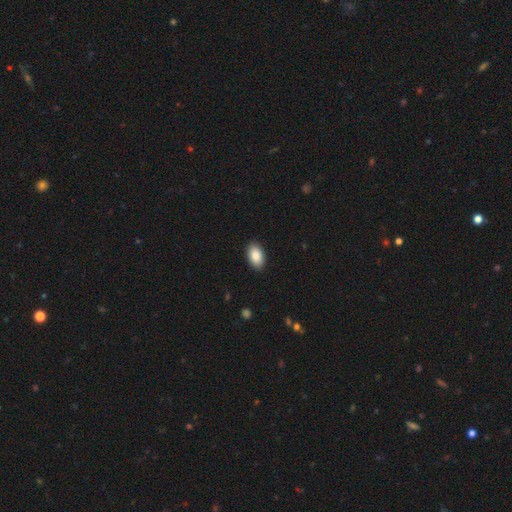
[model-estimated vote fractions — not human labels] The model was most divided on "smooth or featured": smooth: 88%, star or artifact: 7%, featured or disk: 5%. More confident: how rounded — in between (94%); merging — none (90%).